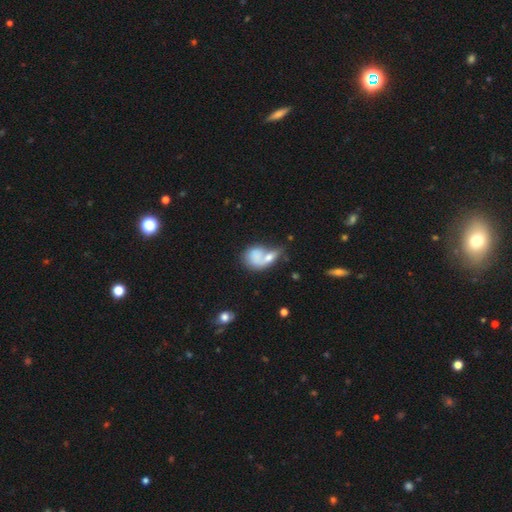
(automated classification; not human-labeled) The model was most divided on "how rounded": in between: 63%, round: 34%, cigar-shaped: 3%. More confident: smooth or featured — smooth (65%); merging — merger (57%).